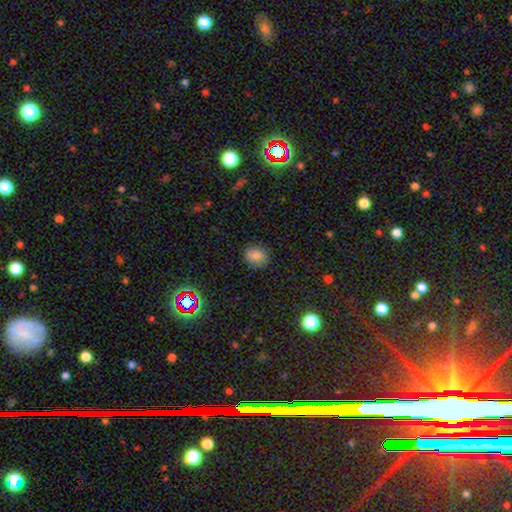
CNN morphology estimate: Smooth or featured? smooth (82%)
How rounded? round (60%)
Merging? none (86%)